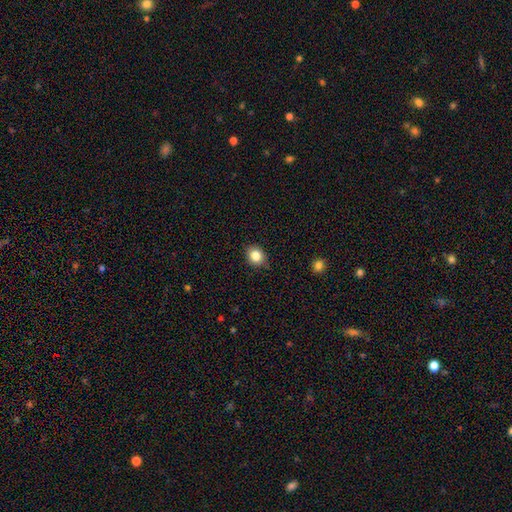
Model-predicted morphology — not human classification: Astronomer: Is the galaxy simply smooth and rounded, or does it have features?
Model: smooth — 84%.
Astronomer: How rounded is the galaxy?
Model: round — 66%.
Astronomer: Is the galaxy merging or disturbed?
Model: none — 84%.